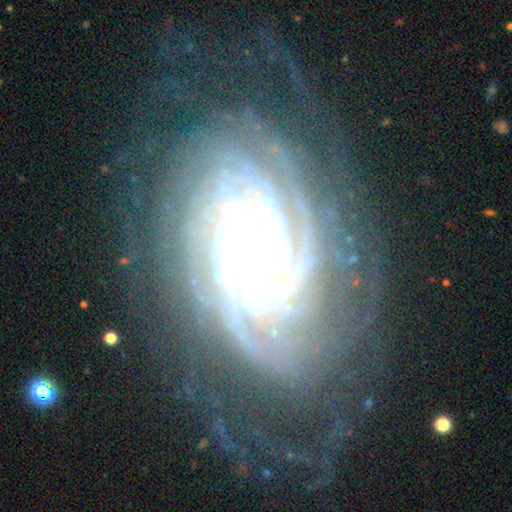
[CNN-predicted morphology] A featured or disk galaxy (88%) with no bar (69%), more than 4 (29%) tight (82%) spiral arms (98%) and a small central bulge (70%). Merging: none (67%).